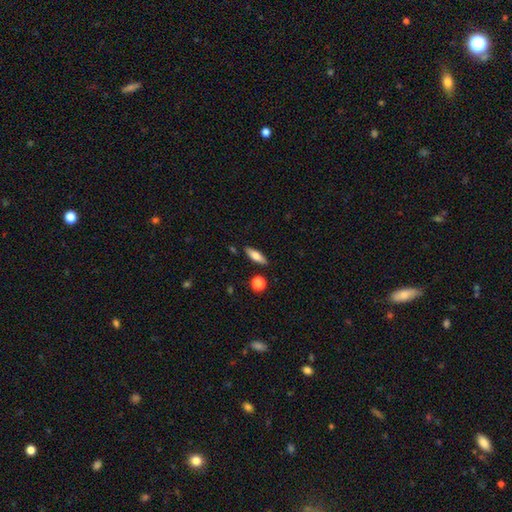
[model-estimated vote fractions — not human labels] smooth_or_featured: smooth (p=0.67) [alt: featured or disk p=0.26]
how_rounded: in between (p=0.54) [alt: cigar-shaped p=0.43]
merging: none (p=0.85) [alt: minor disturbance p=0.10]